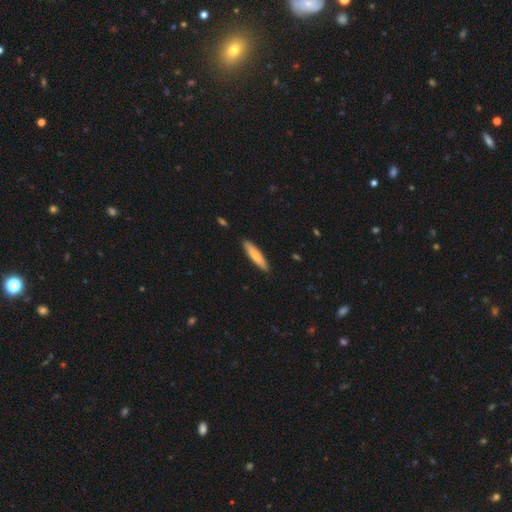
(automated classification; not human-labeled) smooth-or-featured: smooth: 66% | featured or disk: 29% | star or artifact: 5%
  how-rounded: cigar-shaped: 81% | in between: 17% | round: 1%
  merging: none: 89% | minor disturbance: 8% | major disturbance: 1% | merger: 1%